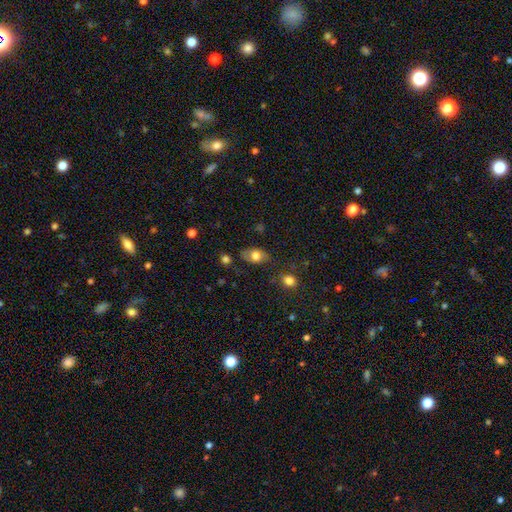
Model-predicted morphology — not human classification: Overall: smooth (72%). How rounded: in between (85%). Merging: none (70%).